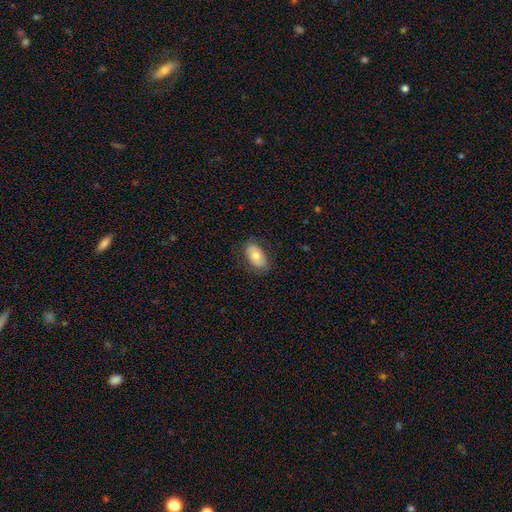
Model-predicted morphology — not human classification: smooth 70%, featured or disk 23%, star or artifact 7%. Down the decision tree: how rounded — in between (91%); merging — none (79%).